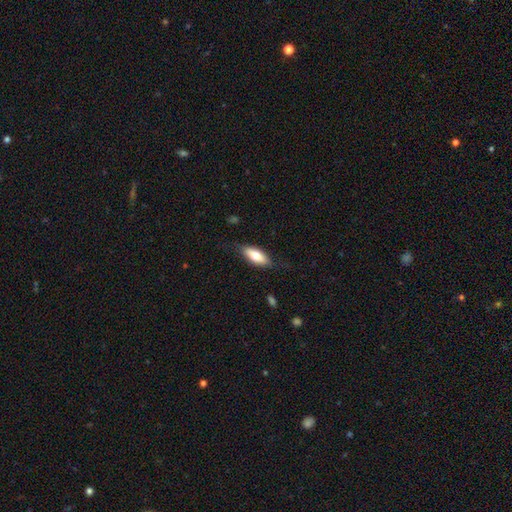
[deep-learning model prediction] Smooth or featured?
  - smooth: 70% *
  - featured or disk: 24%
  - star or artifact: 6%
How rounded?
  - in between: 73% *
  - cigar-shaped: 25%
  - round: 2%
Merging?
  - none: 73% *
  - minor disturbance: 20%
  - major disturbance: 6%
  - merger: 1%